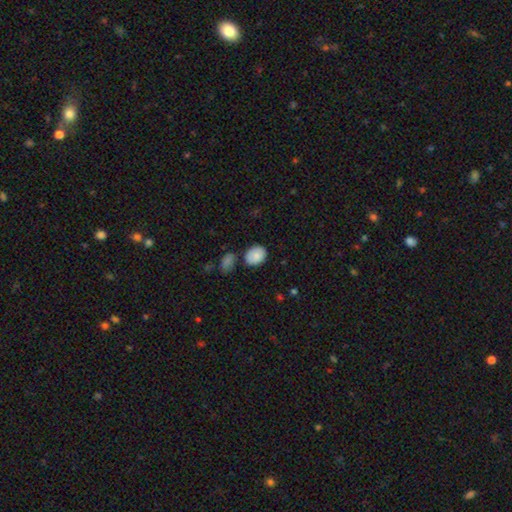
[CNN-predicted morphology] Q: Smooth or featured?
A: smooth (87%); runner-up: star or artifact (7%)
Q: How rounded?
A: in between (66%); runner-up: round (33%)
Q: Merging?
A: none (69%); runner-up: minor disturbance (18%)